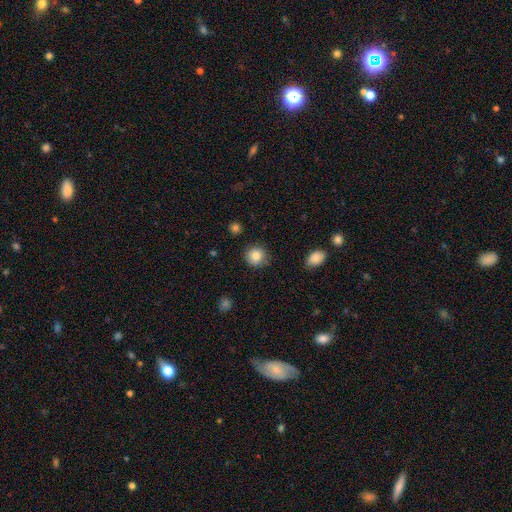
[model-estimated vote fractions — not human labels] Overall: smooth (84%). How rounded: round (90%). Merging: none (85%).